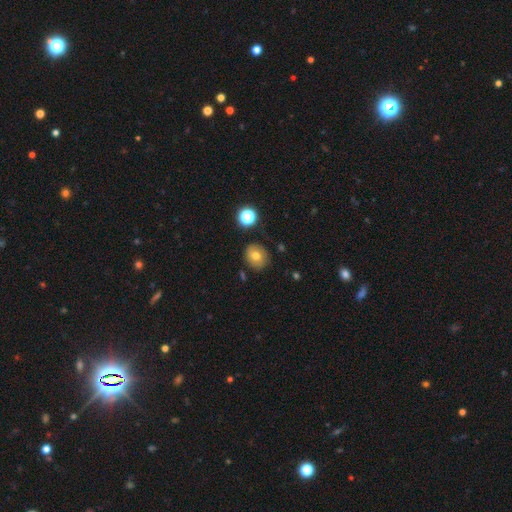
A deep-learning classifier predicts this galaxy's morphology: Smooth or featured? smooth (69%)
How rounded? round (79%)
Merging? none (82%)